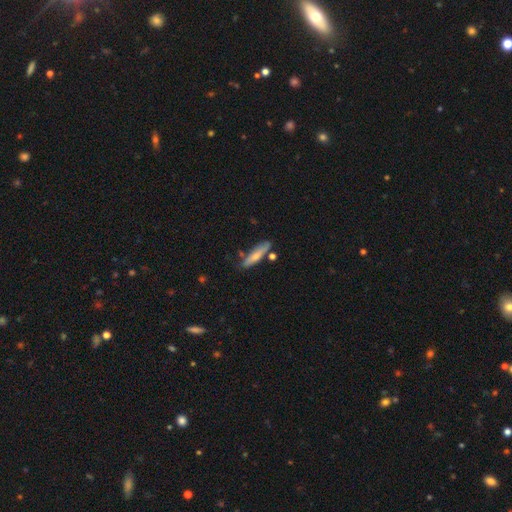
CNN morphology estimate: Overall: smooth (65%; featured or disk 29%). How rounded: cigar-shaped (80%). Merging: none (71%).